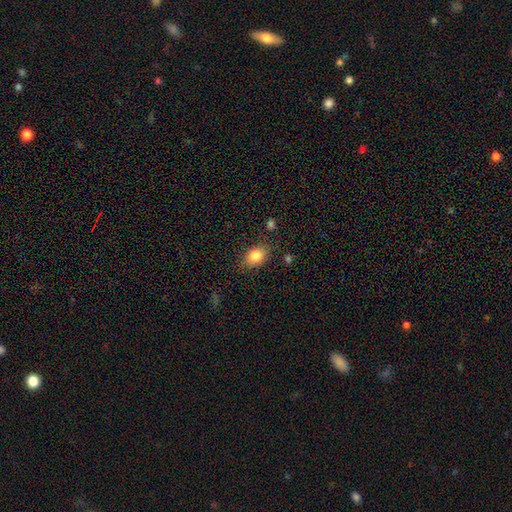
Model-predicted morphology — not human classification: Smooth or featured: smooth — 84% (star or artifact — 8%)
How rounded: in between — 77% (round — 21%)
Merging: none — 78% (minor disturbance — 16%)